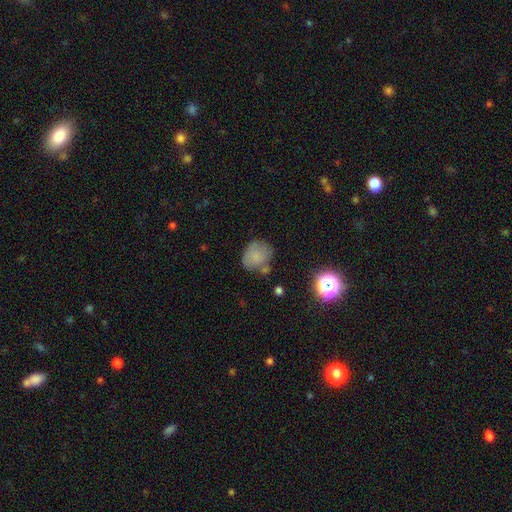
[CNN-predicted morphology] Smooth or featured? smooth (74%)
How rounded? round (64%)
Merging? none (57%)